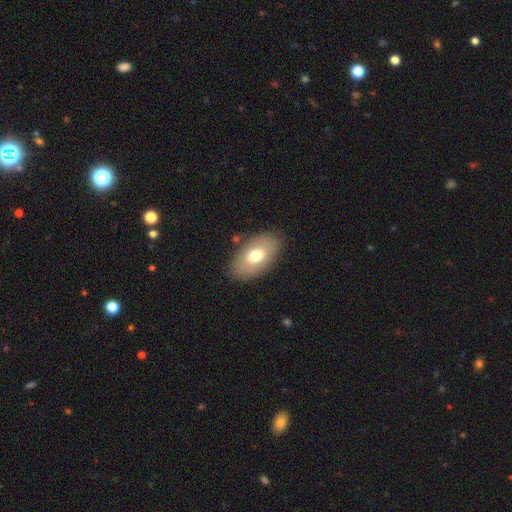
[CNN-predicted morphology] type=smooth (66%); roundness=in between (92%); merging=none (84%).